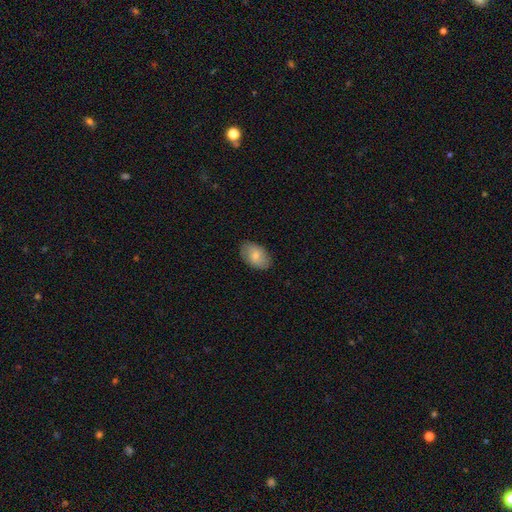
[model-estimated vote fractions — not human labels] Smooth or featured?
  - smooth: 73% *
  - featured or disk: 21%
  - star or artifact: 6%
How rounded?
  - in between: 90% *
  - round: 9%
  - cigar-shaped: 1%
Merging?
  - none: 83% *
  - minor disturbance: 13%
  - major disturbance: 3%
  - merger: 1%